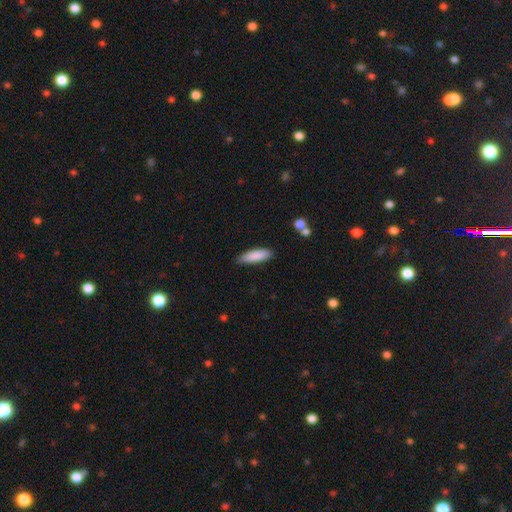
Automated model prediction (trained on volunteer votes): Overall: smooth (86%). How rounded: cigar-shaped (56%; in between 43%). Merging: none (83%).